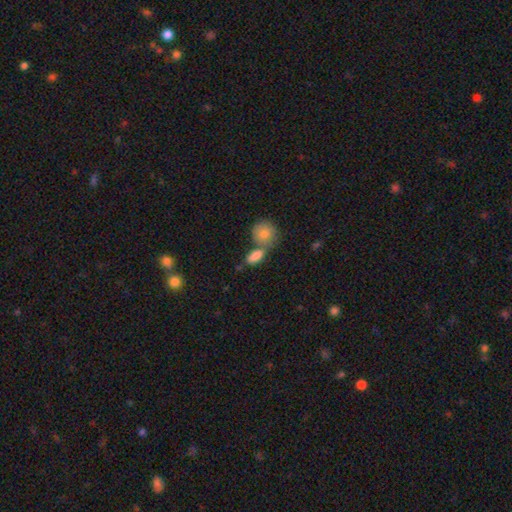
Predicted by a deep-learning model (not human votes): The model was most divided on "merging": none: 46%, merger: 38%, minor disturbance: 12%, major disturbance: 4%. More confident: smooth or featured — smooth (85%); how rounded — in between (82%).